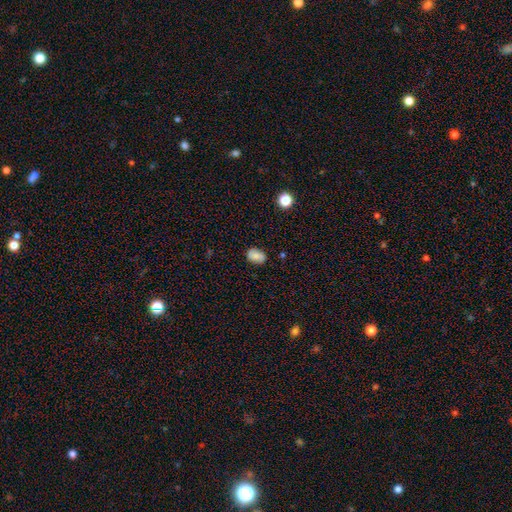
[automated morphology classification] A smooth galaxy with no disk features (75%) that is in between round and cigar-shaped (79%). Merging: none (80%).